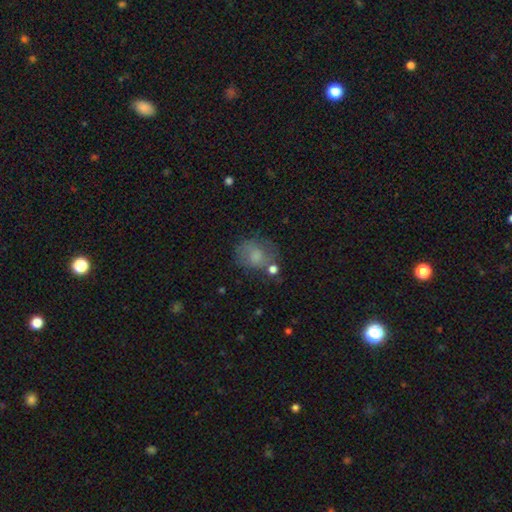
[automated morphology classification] type=smooth (67%); roundness=round (55%); merging=none (52%).